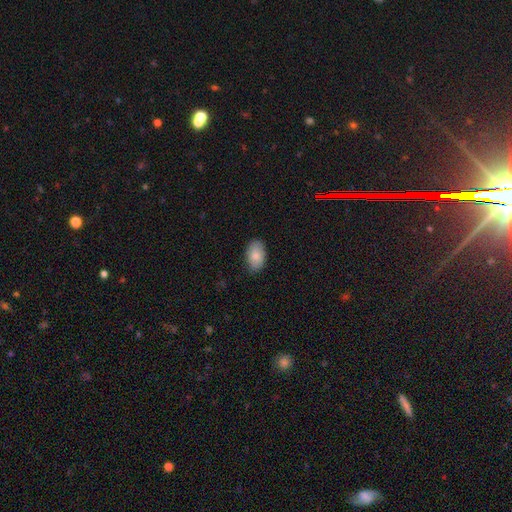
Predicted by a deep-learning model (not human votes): smooth 83%, featured or disk 10%, star or artifact 7%. Down the decision tree: how rounded — in between (92%); merging — none (84%).